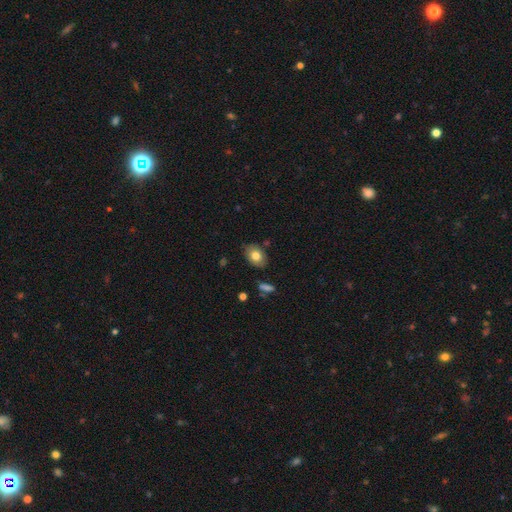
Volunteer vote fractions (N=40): A smooth galaxy with no disk features (88%) that is in between round and cigar-shaped (91%).

Vote fractions:
- Smooth or featured? smooth: 88% / star or artifact: 8% / featured or disk: 5%
- How rounded? in between: 91% / round: 6% / cigar-shaped: 3%
- Merging? none: 92% / minor disturbance: 8% / major disturbance: 0% / merger: 0%